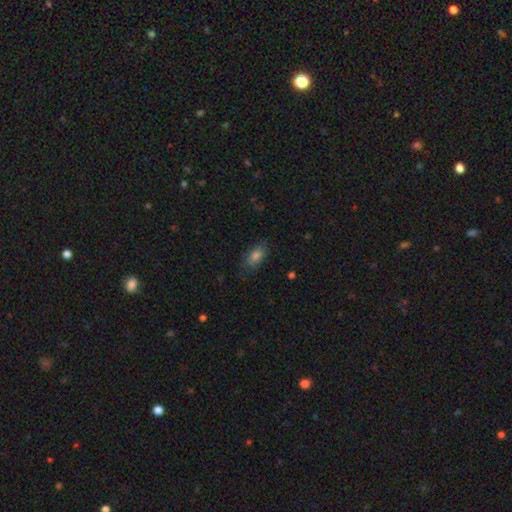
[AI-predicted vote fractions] This appears to be a smooth galaxy with no disk features (76%) that is in between round and cigar-shaped (85%). Merging: none (77%).